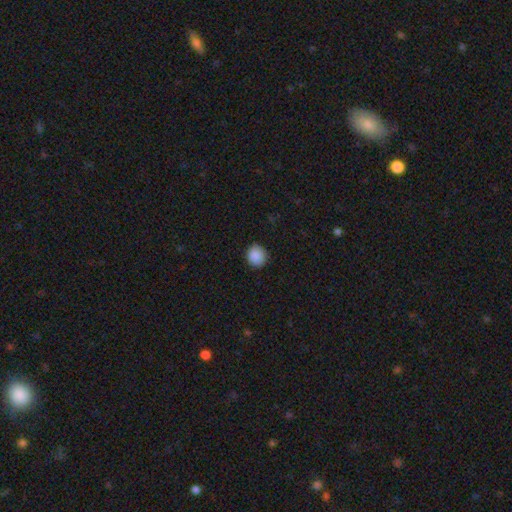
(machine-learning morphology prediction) smooth_or_featured: smooth (p=0.89) [alt: star or artifact p=0.08]
how_rounded: round (p=0.85) [alt: in between p=0.14]
merging: none (p=0.87) [alt: minor disturbance p=0.10]